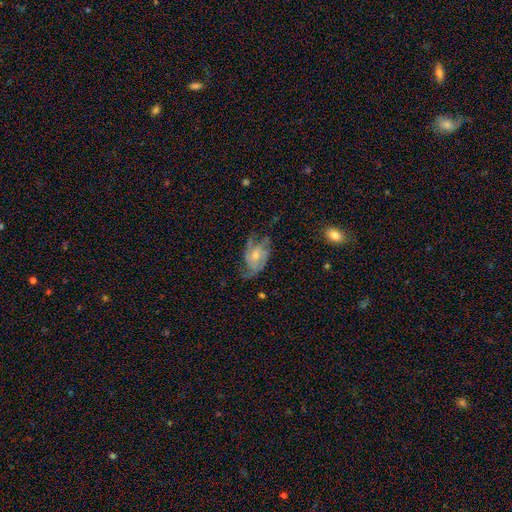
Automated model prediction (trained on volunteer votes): Q: Smooth or featured?
A: featured or disk (78%); runner-up: smooth (15%)
Q: Edge-on disk?
A: no (97%); runner-up: yes (3%)
Q: Bar?
A: no (65%); runner-up: weak (29%)
Q: Spiral arms?
A: yes (92%); runner-up: no (8%)
Q: Spiral winding?
A: medium (47%); runner-up: loose (27%)
Q: Spiral arm count?
A: 2 (49%); runner-up: 3 (22%)
Q: Bulge size?
A: moderate (50%); runner-up: small (42%)
Q: Merging?
A: none (54%); runner-up: minor disturbance (26%)